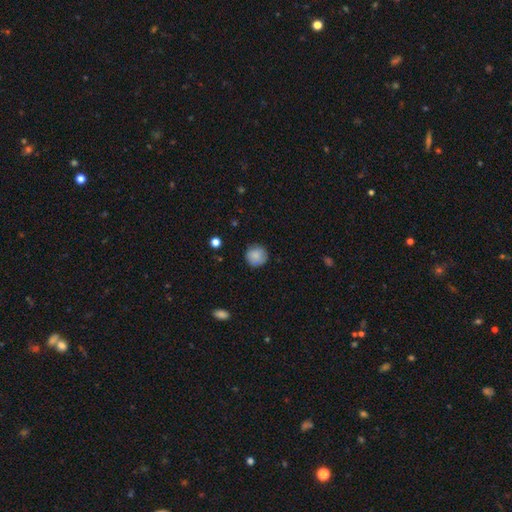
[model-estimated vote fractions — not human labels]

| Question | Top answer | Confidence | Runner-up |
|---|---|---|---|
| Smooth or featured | smooth | 86% | star or artifact (8%) |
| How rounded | round | 93% | in between (6%) |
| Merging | none | 86% | minor disturbance (10%) |